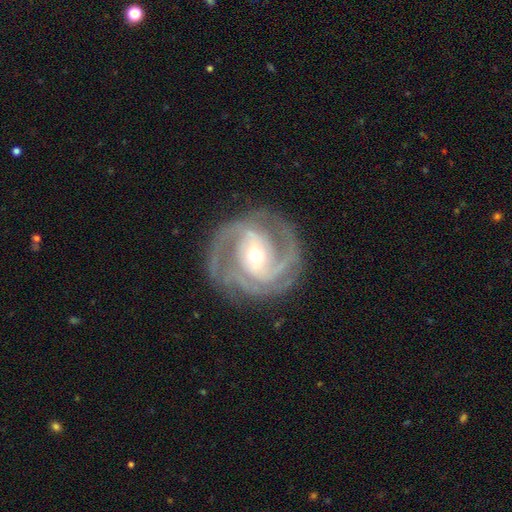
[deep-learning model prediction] Morphology: type=featured or disk (92%); edge-on=no (98%); bar=weak (38%); spiral arms=yes (98%); winding=tight (54%); arm count=2 (41%); bulge=moderate (54%); merging=none (80%).